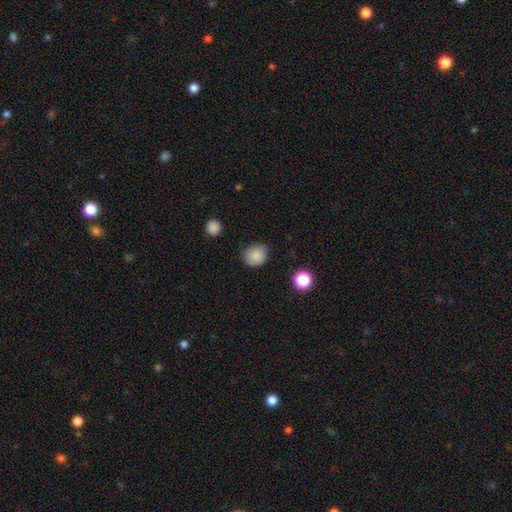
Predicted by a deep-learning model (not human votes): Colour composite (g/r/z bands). It shows a smooth galaxy with no disk features (85%) that is round (75%). Merging: none (78%).